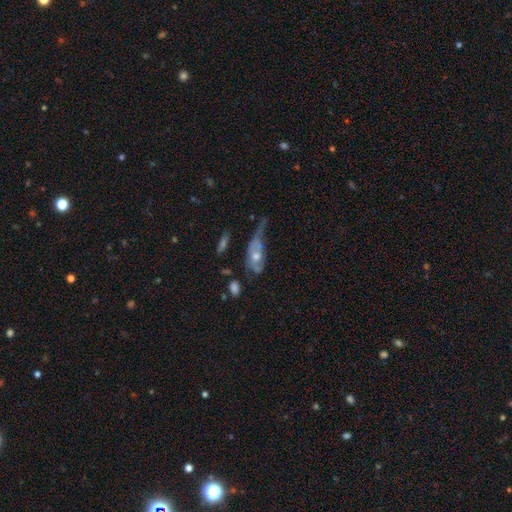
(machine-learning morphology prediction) A featured or disk galaxy (53%).

Vote fractions:
- Smooth or featured? featured or disk: 53% / smooth: 36% / star or artifact: 11%
- Edge-on disk? no: 80% / yes: 20%
- Merging? major disturbance: 46% / minor disturbance: 22% / none: 21% / merger: 11%